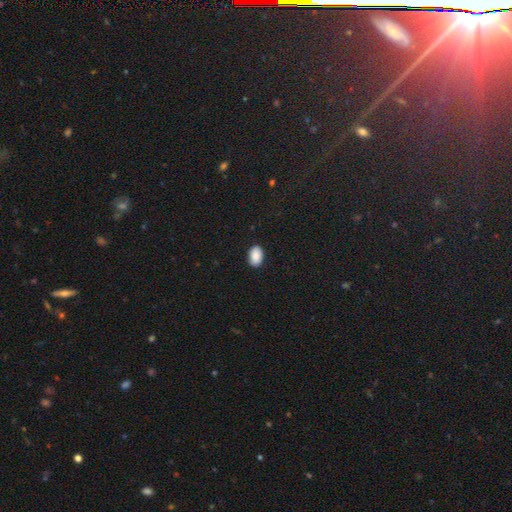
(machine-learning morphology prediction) smooth 89%, star or artifact 7%, featured or disk 4%. Down the decision tree: how rounded — in between (88%); merging — none (89%).